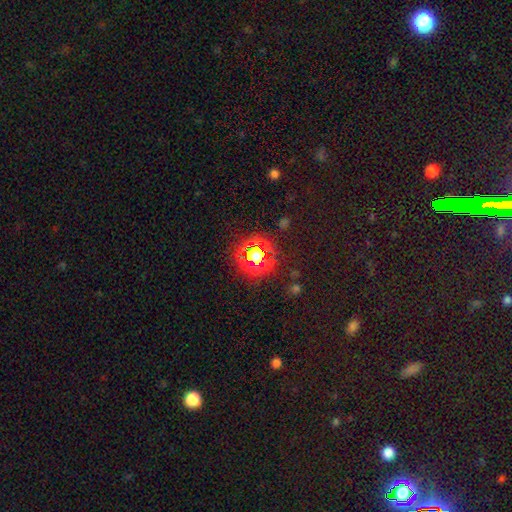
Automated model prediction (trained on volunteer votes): Q: Smooth or featured?
A: star or artifact (65%); runner-up: smooth (24%)